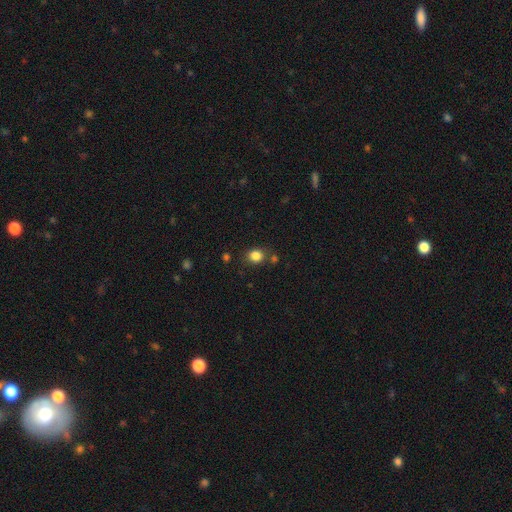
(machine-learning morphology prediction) This appears to be a smooth galaxy with no disk features (83%) that is round (70%). Merging: none (77%).